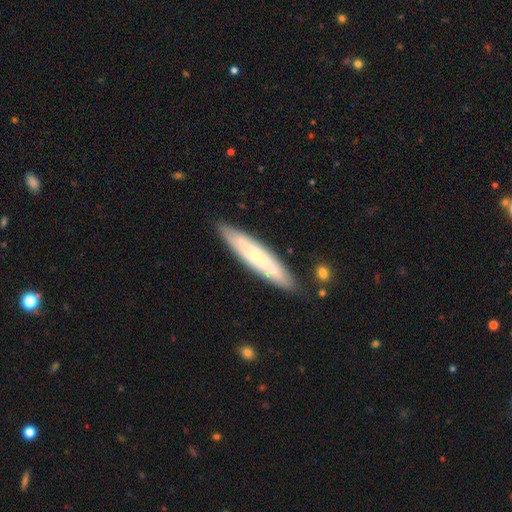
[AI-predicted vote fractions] Morphology: type=featured or disk (49%); merging=none (85%).